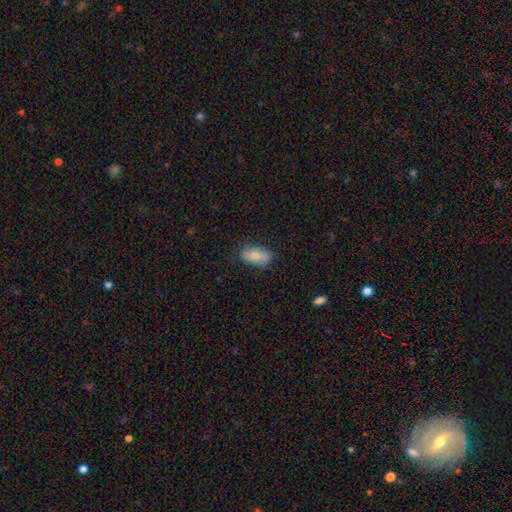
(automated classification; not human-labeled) This appears to be a smooth galaxy with no disk features (68%) that is in between round and cigar-shaped (90%). Merging: none (73%).